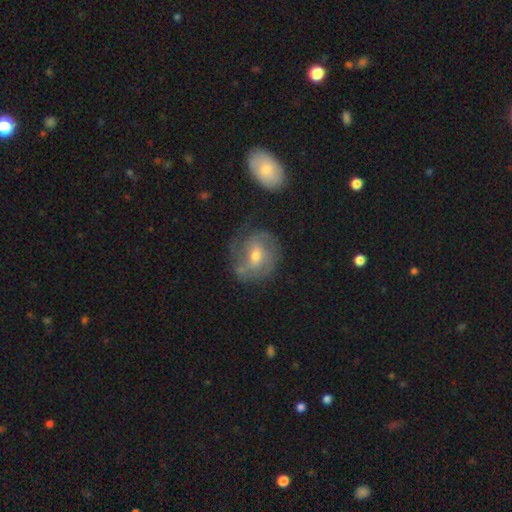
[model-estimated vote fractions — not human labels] The model was most divided on "spiral arm count": 2: 37%, can't tell: 36%, 3: 15%, 1: 6%, 4: 4%, more than 4: 3%. Remaining: edge-on disk — no (96%); spiral arms — yes (83%); smooth or featured — featured or disk (67%); merging — none (63%); bulge size — moderate (57%); bar — weak (47%); spiral winding — tight (45%).